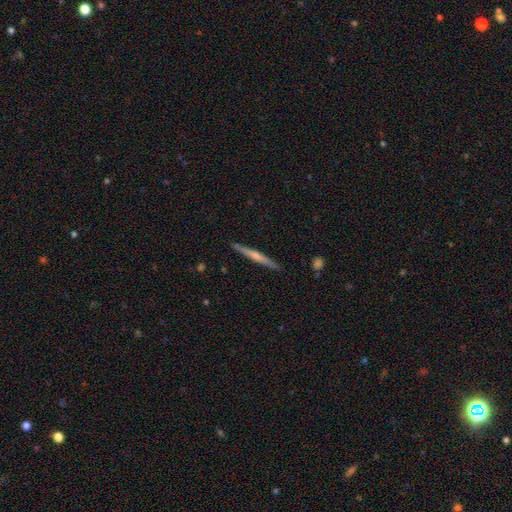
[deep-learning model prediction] A featured or disk galaxy (59%) viewed edge-on (98%) with a rounded central bulge (54%). Merging: none (91%).